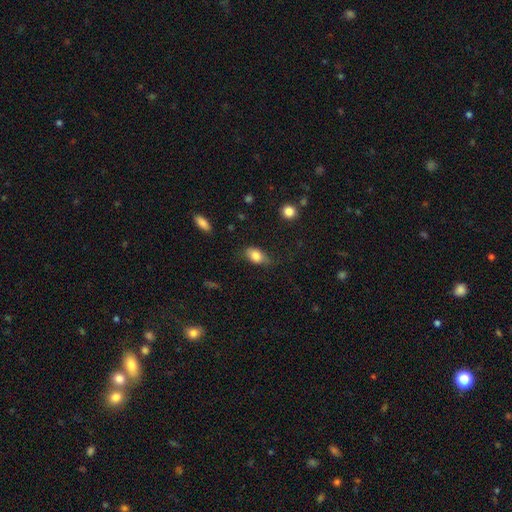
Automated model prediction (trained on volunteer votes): Q: Smooth or featured?
A: smooth (81%); runner-up: featured or disk (11%)
Q: How rounded?
A: in between (86%); runner-up: round (11%)
Q: Merging?
A: none (59%); runner-up: minor disturbance (29%)